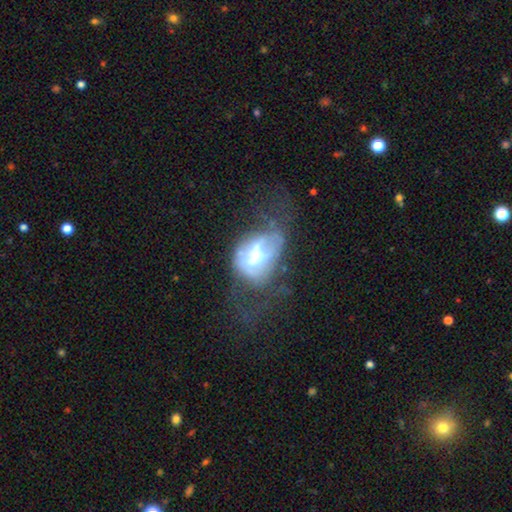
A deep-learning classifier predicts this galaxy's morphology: The model was most divided on "merging": major disturbance: 42%, none: 22%, minor disturbance: 19%, merger: 17%. Remaining: edge-on disk — no (94%); spiral arms — no (77%); smooth or featured — featured or disk (56%); bar — no (51%); bulge size — moderate (49%).